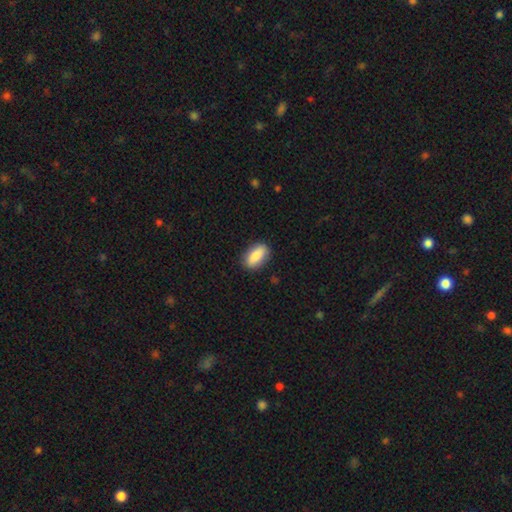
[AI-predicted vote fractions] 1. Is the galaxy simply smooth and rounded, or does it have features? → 81% smooth, 12% featured or disk, 6% star or artifact.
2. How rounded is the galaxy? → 88% in between, 7% cigar-shaped, 5% round.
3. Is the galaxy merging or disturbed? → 86% none, 10% minor disturbance, 2% major disturbance, 1% merger.